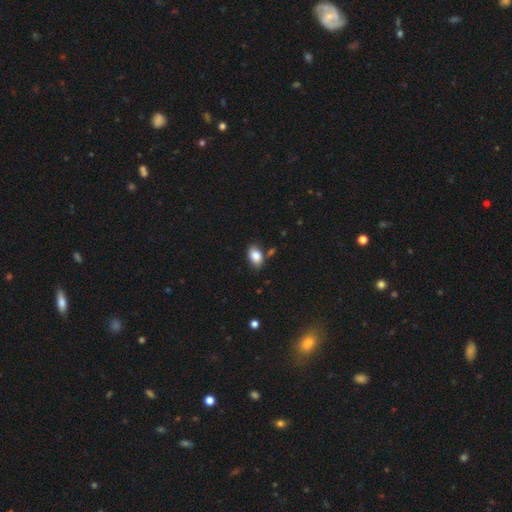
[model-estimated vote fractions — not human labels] Smooth or featured: smooth — 86% (star or artifact — 8%)
How rounded: in between — 89% (round — 10%)
Merging: none — 76% (minor disturbance — 15%)